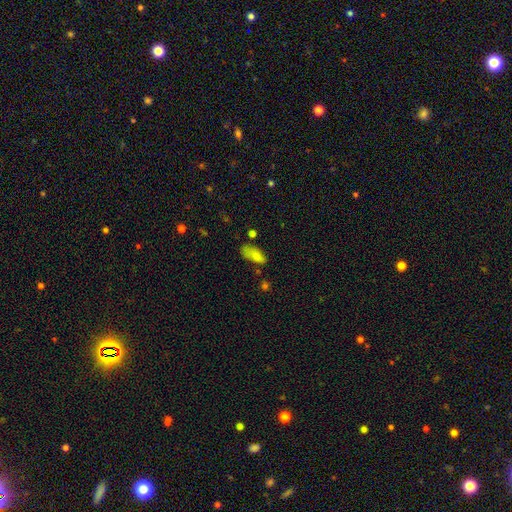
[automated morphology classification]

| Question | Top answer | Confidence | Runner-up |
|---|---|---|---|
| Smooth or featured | smooth | 80% | star or artifact (10%) |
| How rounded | in between | 81% | cigar-shaped (15%) |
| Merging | none | 49% | minor disturbance (30%) |